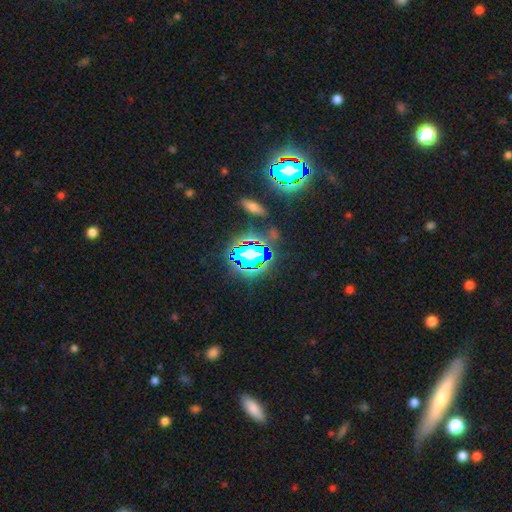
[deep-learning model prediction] This is likely a star or artifact rather than a galaxy (79%).